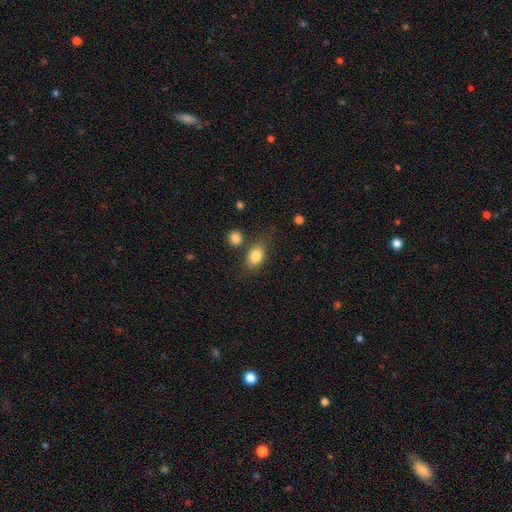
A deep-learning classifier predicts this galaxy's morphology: smooth-or-featured: smooth: 83% | featured or disk: 8% | star or artifact: 8%
  how-rounded: in between: 79% | round: 19% | cigar-shaped: 2%
  merging: none: 67% | minor disturbance: 16% | merger: 11% | major disturbance: 6%